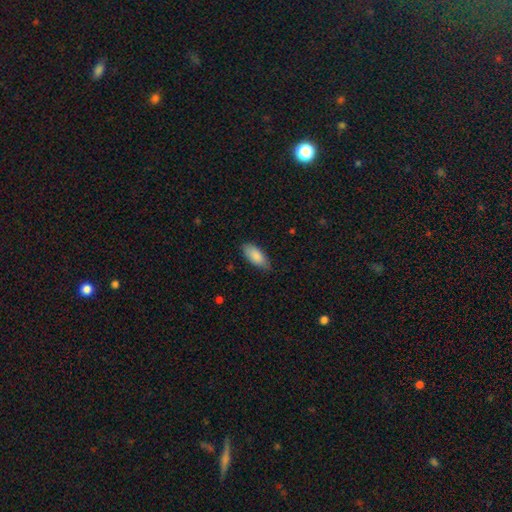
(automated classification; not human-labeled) smooth_or_featured: smooth (p=0.88) [alt: featured or disk p=0.07]
how_rounded: in between (p=0.88) [alt: cigar-shaped p=0.11]
merging: none (p=0.79) [alt: minor disturbance p=0.17]